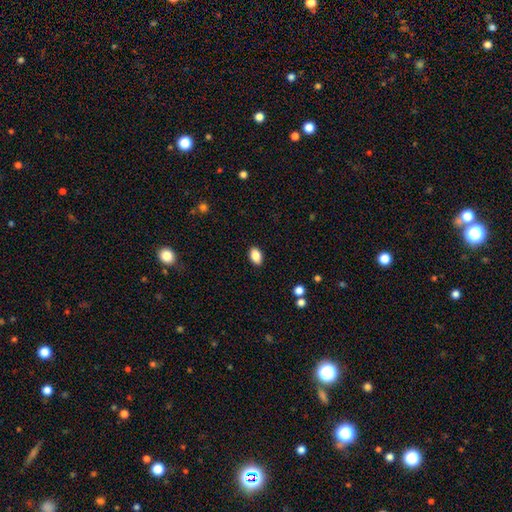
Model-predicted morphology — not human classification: Smooth or featured?
  - smooth: 87% *
  - star or artifact: 8%
  - featured or disk: 5%
How rounded?
  - in between: 90% *
  - round: 9%
  - cigar-shaped: 2%
Merging?
  - none: 89% *
  - minor disturbance: 8%
  - major disturbance: 2%
  - merger: 1%